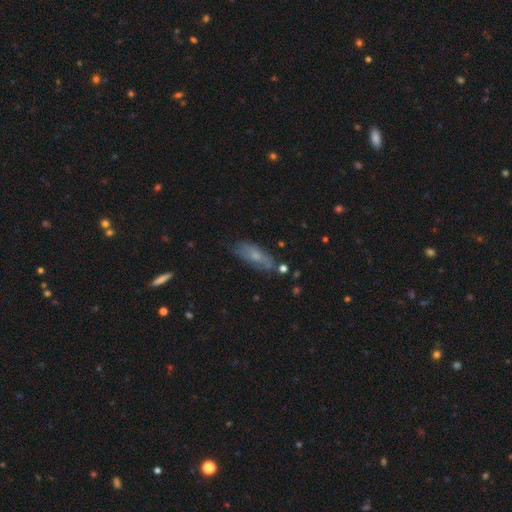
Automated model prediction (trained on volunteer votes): Smooth or featured? smooth (54%)
How rounded? in between (68%)
Merging? none (64%)